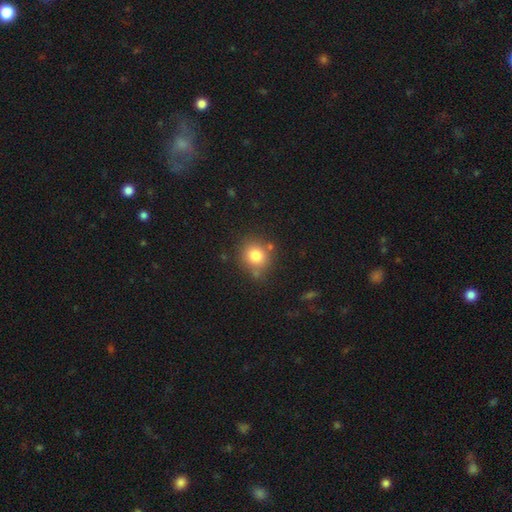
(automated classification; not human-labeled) Smooth or featured? Predicted: smooth (p=0.80). How rounded? Predicted: round (p=0.81). Merging? Predicted: none (p=0.76).